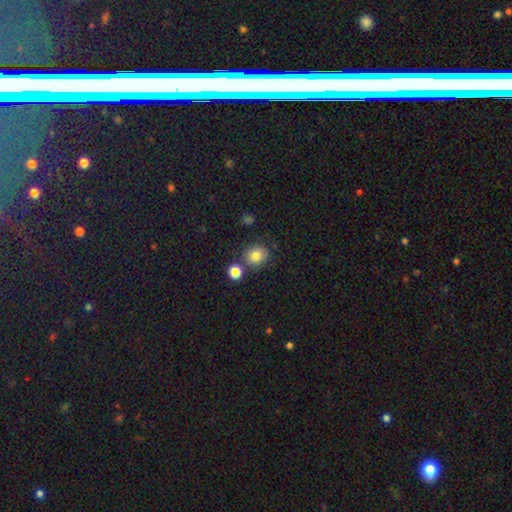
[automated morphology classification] Smooth or featured? smooth (81%)
How rounded? round (82%)
Merging? none (76%)